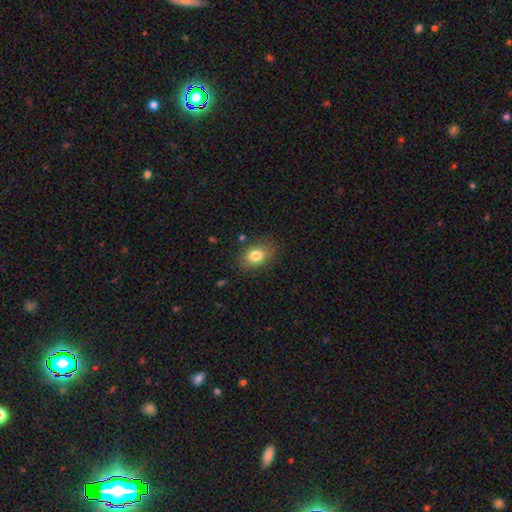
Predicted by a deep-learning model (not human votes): Smooth or featured? smooth (81%)
How rounded? in between (75%)
Merging? none (81%)